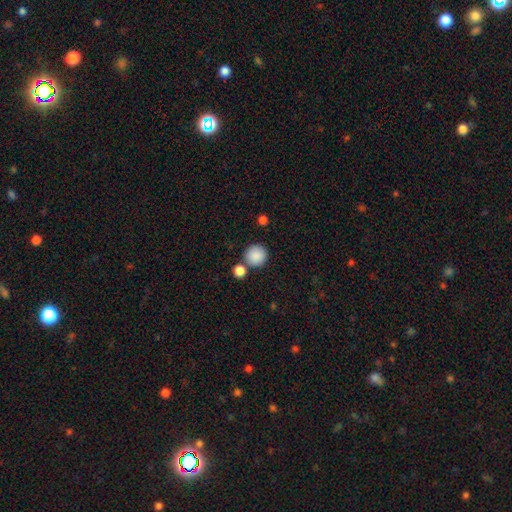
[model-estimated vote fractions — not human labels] Smooth or featured: smooth — 87% (star or artifact — 8%)
How rounded: round — 94% (in between — 5%)
Merging: none — 75% (merger — 14%)